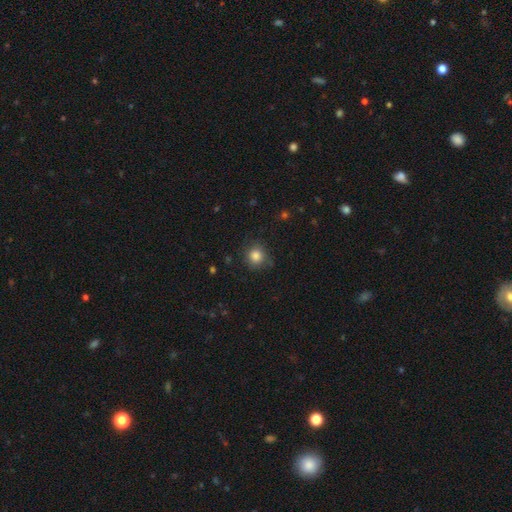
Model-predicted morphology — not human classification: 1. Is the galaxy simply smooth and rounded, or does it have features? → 84% smooth, 10% star or artifact, 5% featured or disk.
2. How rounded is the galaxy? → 88% round, 11% in between, 1% cigar-shaped.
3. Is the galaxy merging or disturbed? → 79% none, 16% minor disturbance, 4% major disturbance, 1% merger.